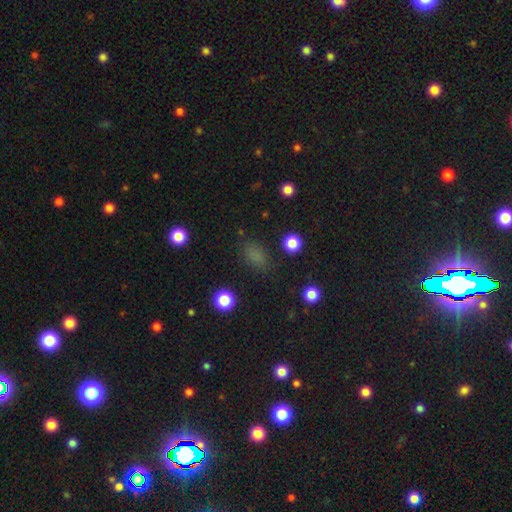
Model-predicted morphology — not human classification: The model was most divided on "smooth or featured": smooth: 77%, star or artifact: 18%, featured or disk: 5%. More confident: merging — none (81%); how rounded — in between (80%).